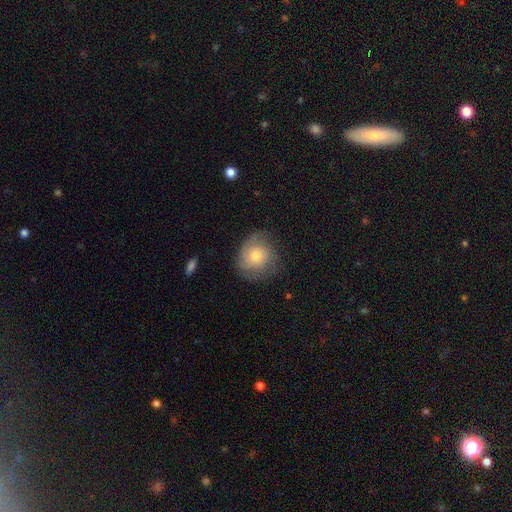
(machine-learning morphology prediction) smooth-or-featured: smooth: 49% | featured or disk: 43% | star or artifact: 8%
  merging: none: 70% | minor disturbance: 21% | major disturbance: 8% | merger: 1%